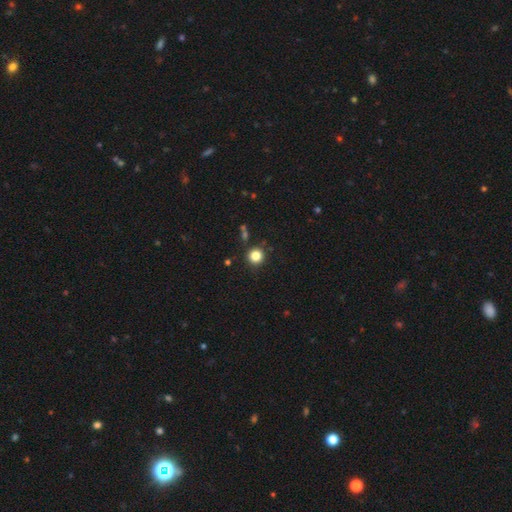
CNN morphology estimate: A smooth galaxy with no disk features (83%) that is round (94%).

Vote fractions:
- Smooth or featured? smooth: 83% / star or artifact: 12% / featured or disk: 4%
- How rounded? round: 94% / in between: 5% / cigar-shaped: 1%
- Merging? none: 88% / minor disturbance: 6% / merger: 3% / major disturbance: 2%